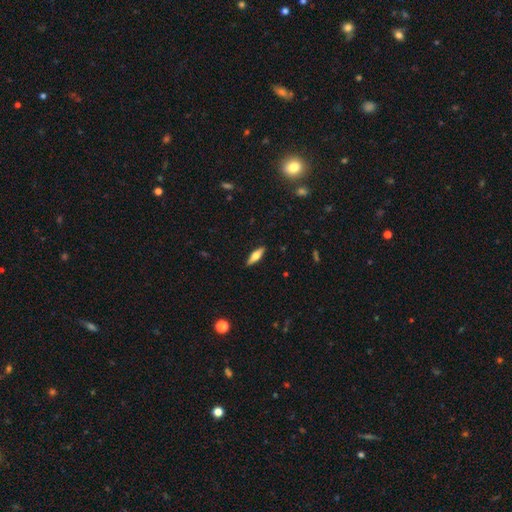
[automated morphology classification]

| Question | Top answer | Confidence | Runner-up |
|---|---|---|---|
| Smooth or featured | smooth | 53% | featured or disk (41%) |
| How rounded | cigar-shaped | 52% | in between (46%) |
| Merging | none | 89% | minor disturbance (8%) |